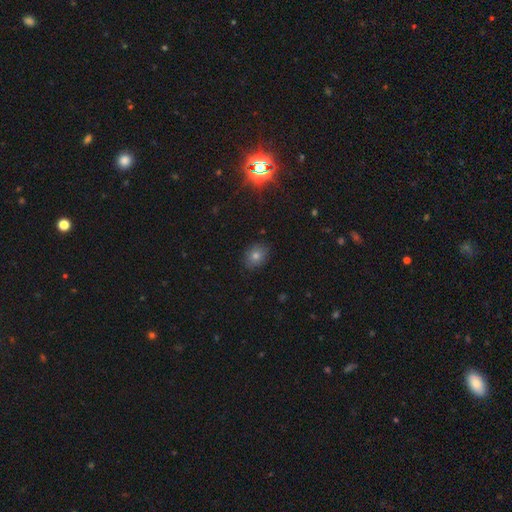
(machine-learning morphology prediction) This appears to be a smooth galaxy with no disk features (69%) that is in between round and cigar-shaped (50%). Merging: none (87%).